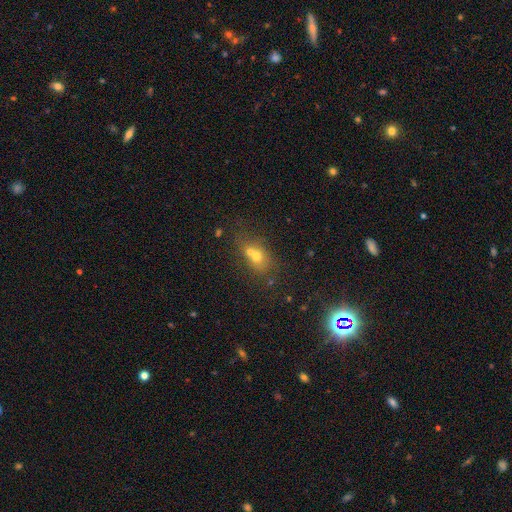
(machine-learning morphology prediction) This appears to be a smooth galaxy with no disk features (61%) that is round (52%). Merging: merger (53%).